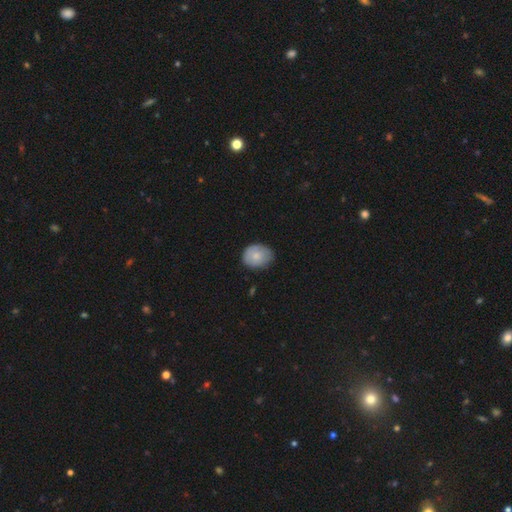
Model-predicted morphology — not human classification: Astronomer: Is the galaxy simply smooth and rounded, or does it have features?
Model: smooth — 76%.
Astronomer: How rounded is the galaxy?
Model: round — 55% (runner-up: in between, 44%).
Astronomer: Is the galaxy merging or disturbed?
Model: none — 72%.